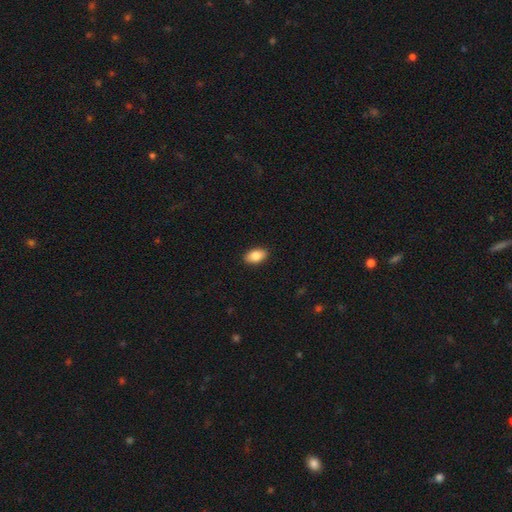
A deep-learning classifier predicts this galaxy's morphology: A smooth galaxy with no disk features (85%) that is in between round and cigar-shaped (93%). Merging: none (90%).